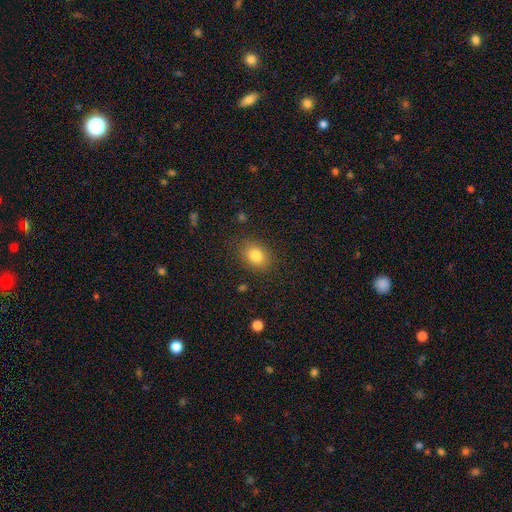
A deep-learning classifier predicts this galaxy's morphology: Smooth or featured? smooth (83%)
How rounded? in between (57%)
Merging? none (85%)